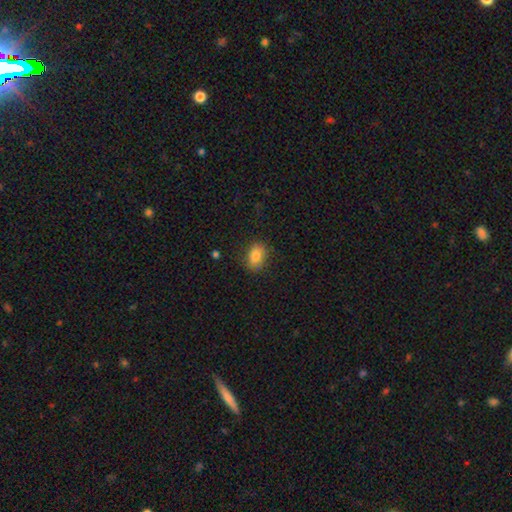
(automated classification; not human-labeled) Smooth or featured?
  - smooth: 83% *
  - star or artifact: 9%
  - featured or disk: 8%
How rounded?
  - in between: 77% *
  - round: 21%
  - cigar-shaped: 2%
Merging?
  - none: 81% *
  - minor disturbance: 14%
  - major disturbance: 4%
  - merger: 1%